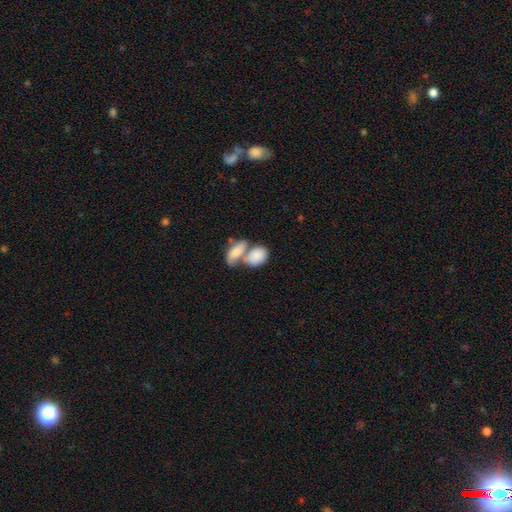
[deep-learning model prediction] Smooth or featured? smooth (81%)
How rounded? in between (83%)
Merging? merger (67%)